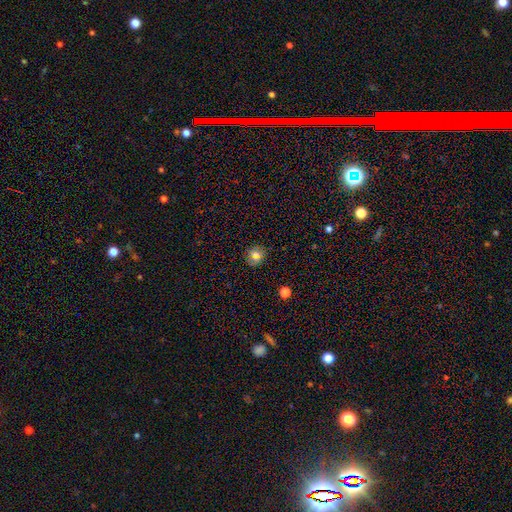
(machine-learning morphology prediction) Smooth or featured? smooth (73%)
How rounded? round (79%)
Merging? none (85%)